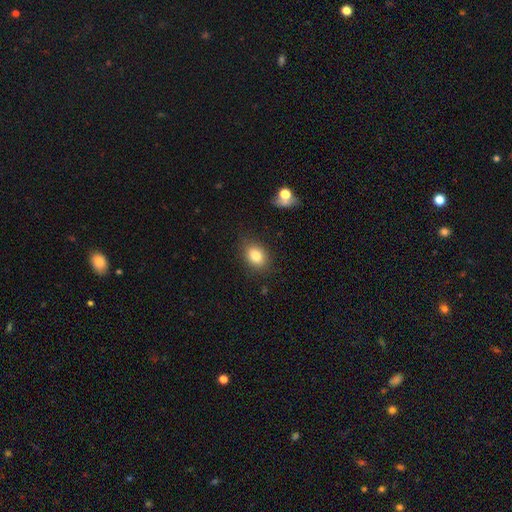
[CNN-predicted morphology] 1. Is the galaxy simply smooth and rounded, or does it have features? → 82% smooth, 10% star or artifact, 8% featured or disk.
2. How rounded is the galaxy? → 71% in between, 28% round, 1% cigar-shaped.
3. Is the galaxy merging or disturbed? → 83% none, 12% minor disturbance, 3% major disturbance, 2% merger.